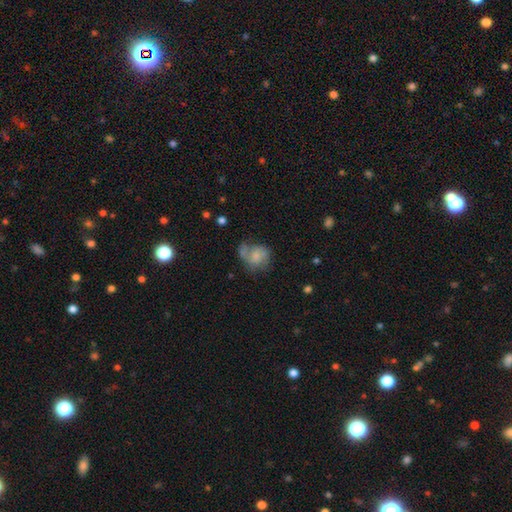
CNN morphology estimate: A smooth galaxy with no disk features (48%).

Vote fractions:
- Smooth or featured? smooth: 48% / featured or disk: 44% / star or artifact: 9%
- Merging? none: 38% / minor disturbance: 28% / major disturbance: 25% / merger: 9%